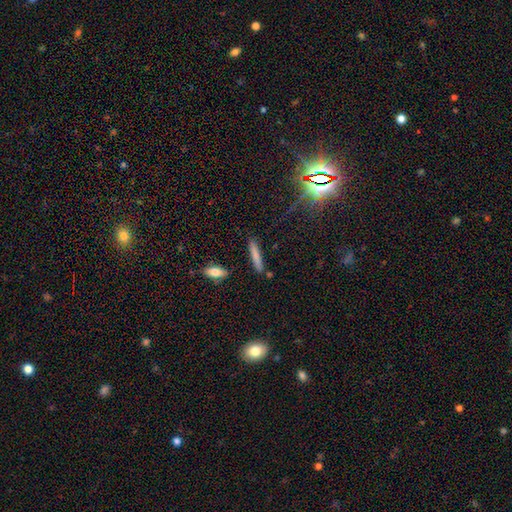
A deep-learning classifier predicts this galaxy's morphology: A smooth galaxy with no disk features (77%) that is cigar-shaped (92%).

Vote fractions:
- Smooth or featured? smooth: 77% / featured or disk: 15% / star or artifact: 8%
- How rounded? cigar-shaped: 92% / in between: 6% / round: 2%
- Merging? none: 86% / minor disturbance: 9% / merger: 3% / major disturbance: 2%